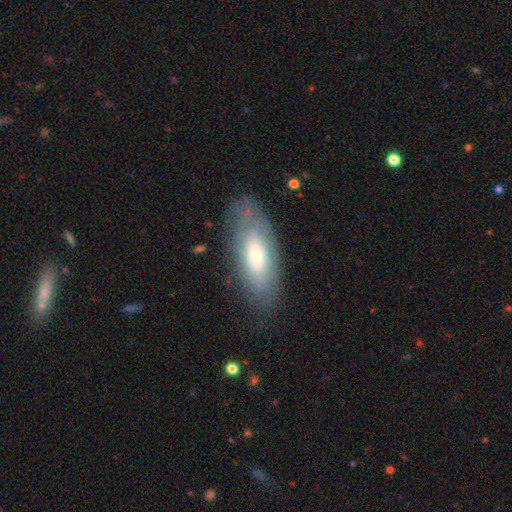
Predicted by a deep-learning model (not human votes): Morphology: type=smooth (62%); roundness=in between (79%); merging=none (72%).